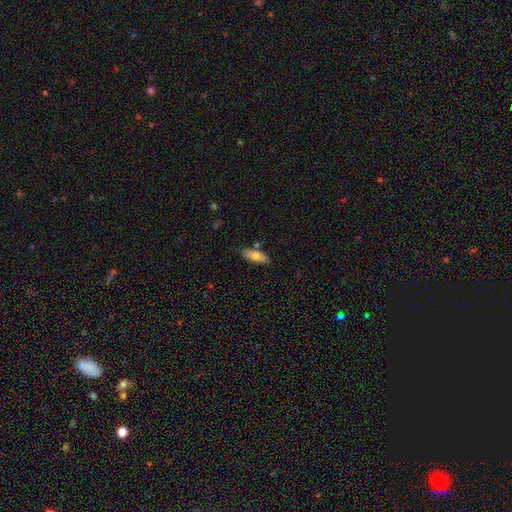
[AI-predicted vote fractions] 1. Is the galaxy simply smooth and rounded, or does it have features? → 77% smooth, 16% featured or disk, 7% star or artifact.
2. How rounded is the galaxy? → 68% in between, 29% cigar-shaped, 2% round.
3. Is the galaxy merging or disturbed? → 79% none, 13% minor disturbance, 6% merger, 2% major disturbance.